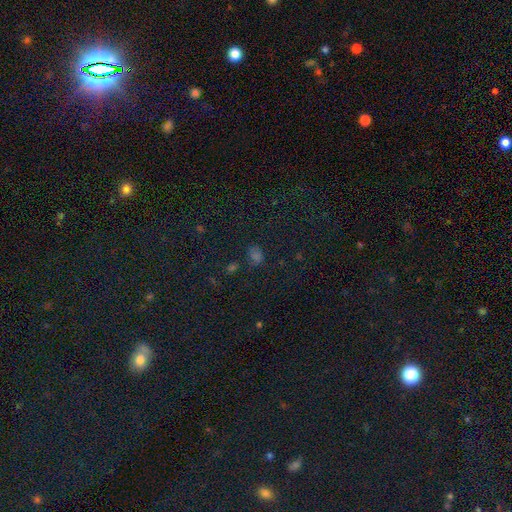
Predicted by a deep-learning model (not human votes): The model was most divided on "smooth or featured": smooth: 56%, star or artifact: 37%, featured or disk: 6%. More confident: merging — none (69%); how rounded — in between (65%).